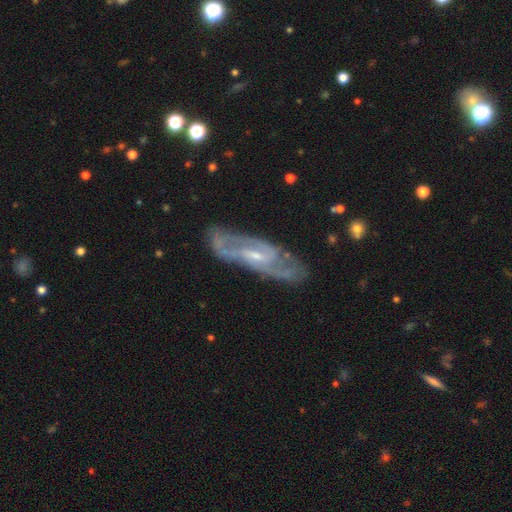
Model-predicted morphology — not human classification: Overall: featured or disk (86%). Edge-on disk: no (86%). Bar: weak (49%; no 31%). Spiral arms: yes (95%). Spiral arm count: 2 (67%). Spiral winding: medium (50%; tight 36%). Bulge size: small (68%). Merging: none (78%).